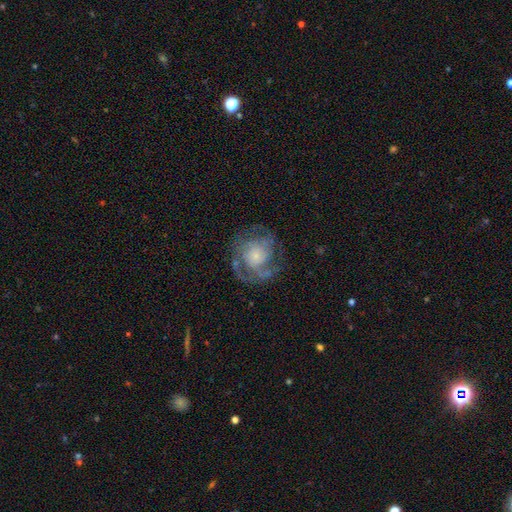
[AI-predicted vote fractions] Q: Smooth or featured?
A: featured or disk (77%); runner-up: smooth (16%)
Q: Edge-on disk?
A: no (98%); runner-up: yes (2%)
Q: Bar?
A: no (77%); runner-up: weak (20%)
Q: Spiral arms?
A: yes (90%); runner-up: no (10%)
Q: Spiral winding?
A: tight (46%); runner-up: medium (40%)
Q: Spiral arm count?
A: 2 (28%); runner-up: can't tell (27%)
Q: Bulge size?
A: small (59%); runner-up: moderate (23%)
Q: Merging?
A: none (66%); runner-up: minor disturbance (17%)